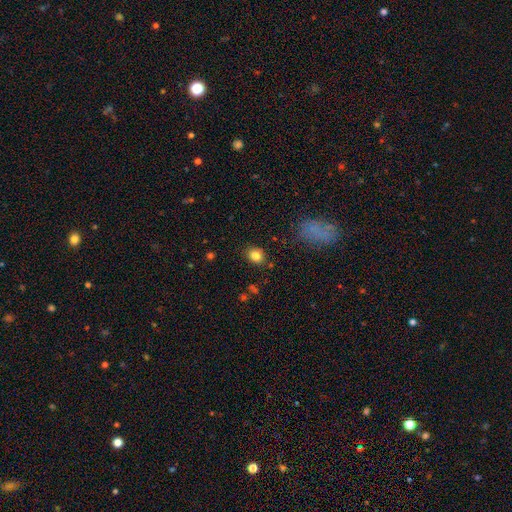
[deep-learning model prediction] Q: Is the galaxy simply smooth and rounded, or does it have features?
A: smooth — 82%.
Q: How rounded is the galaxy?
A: round — 63%.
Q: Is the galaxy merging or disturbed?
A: none — 86%.